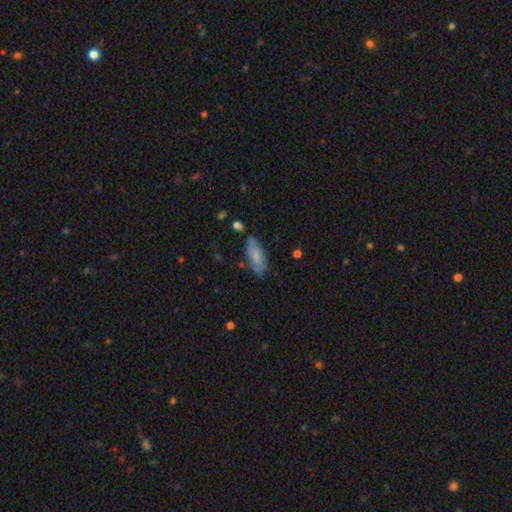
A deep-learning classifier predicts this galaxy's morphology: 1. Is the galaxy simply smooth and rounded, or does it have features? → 77% smooth, 17% featured or disk, 6% star or artifact.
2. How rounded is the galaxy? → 75% in between, 23% cigar-shaped, 2% round.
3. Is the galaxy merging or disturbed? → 75% none, 19% minor disturbance, 4% major disturbance, 3% merger.